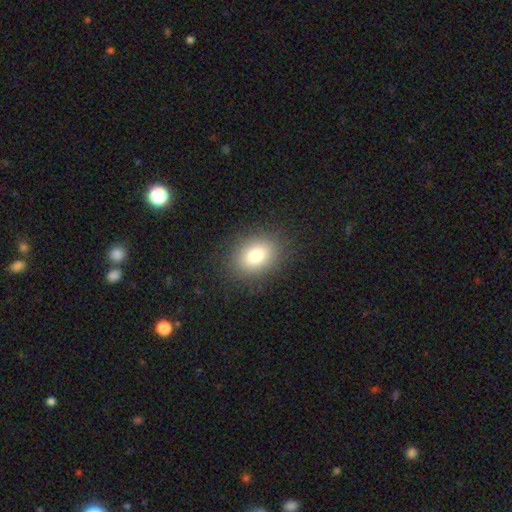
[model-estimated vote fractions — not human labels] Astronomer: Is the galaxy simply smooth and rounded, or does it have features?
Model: smooth — 79%.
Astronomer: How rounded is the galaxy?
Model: in between — 61% (runner-up: round, 38%).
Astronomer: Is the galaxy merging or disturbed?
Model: none — 86%.